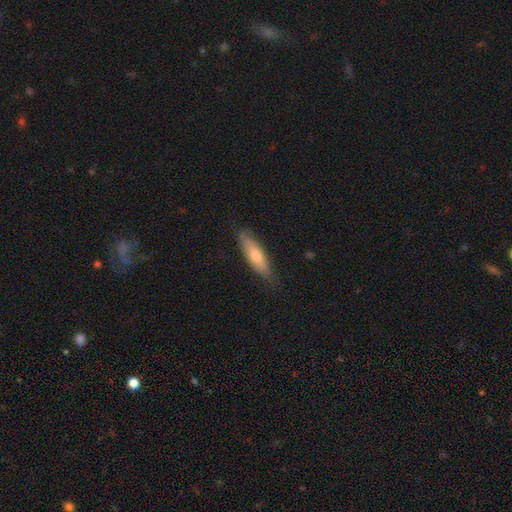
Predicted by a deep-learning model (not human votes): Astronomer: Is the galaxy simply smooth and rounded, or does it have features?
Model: smooth — 57% (runner-up: featured or disk, 36%).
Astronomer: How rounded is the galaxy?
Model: cigar-shaped — 67%.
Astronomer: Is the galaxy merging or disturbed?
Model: none — 82%.